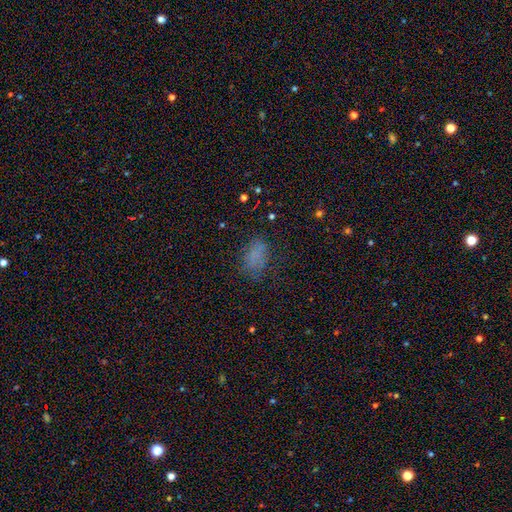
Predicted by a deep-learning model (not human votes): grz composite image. It shows a smooth galaxy with no disk features (71%) that is in between round and cigar-shaped (88%). Merging: none (66%).